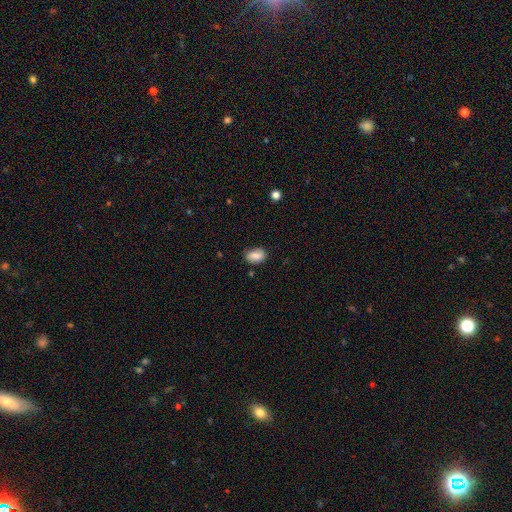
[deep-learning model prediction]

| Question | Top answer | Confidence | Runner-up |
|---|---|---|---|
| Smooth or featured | smooth | 83% | featured or disk (9%) |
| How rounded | in between | 85% | round (14%) |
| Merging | none | 77% | minor disturbance (18%) |